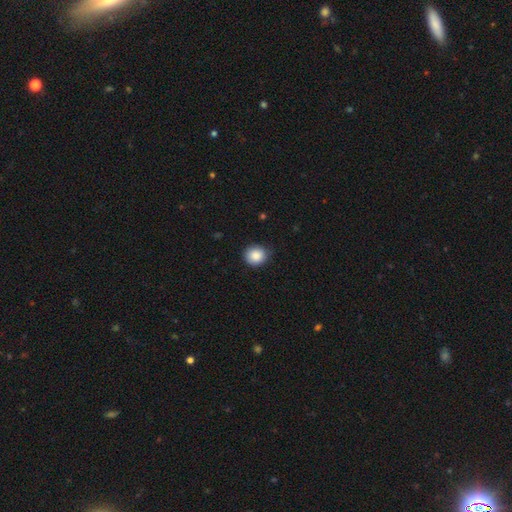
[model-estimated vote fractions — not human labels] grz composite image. It shows a smooth galaxy with no disk features (88%) that is round (83%). Merging: none (83%).